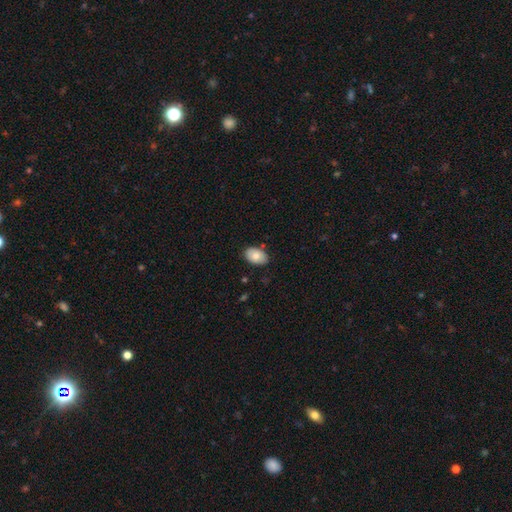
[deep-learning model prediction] Smooth or featured?
  - smooth: 78% *
  - featured or disk: 16%
  - star or artifact: 7%
How rounded?
  - in between: 90% *
  - round: 9%
  - cigar-shaped: 1%
Merging?
  - none: 84% *
  - minor disturbance: 12%
  - major disturbance: 2%
  - merger: 2%